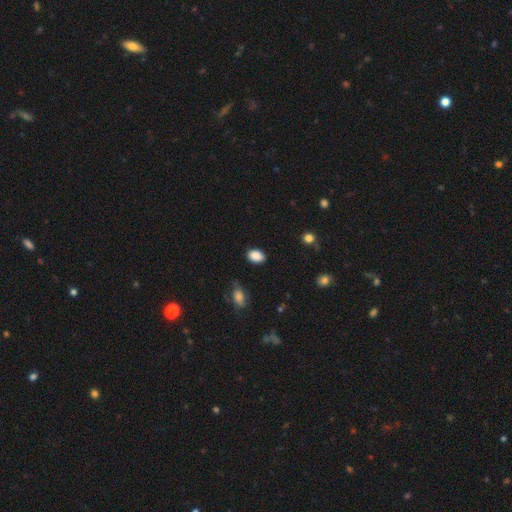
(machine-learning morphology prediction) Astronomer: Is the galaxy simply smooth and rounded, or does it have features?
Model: smooth — 88%.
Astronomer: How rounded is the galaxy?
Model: in between — 83%.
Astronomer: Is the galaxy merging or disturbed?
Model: none — 82%.